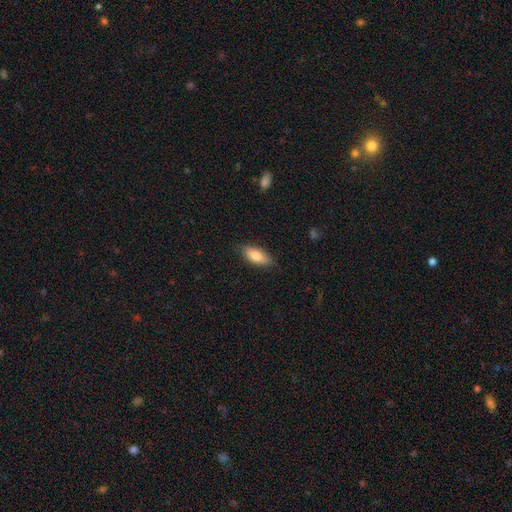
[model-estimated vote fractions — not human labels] Smooth or featured?
  - smooth: 80% *
  - featured or disk: 14%
  - star or artifact: 6%
How rounded?
  - in between: 79% *
  - cigar-shaped: 19%
  - round: 2%
Merging?
  - none: 81% *
  - minor disturbance: 15%
  - major disturbance: 3%
  - merger: 1%